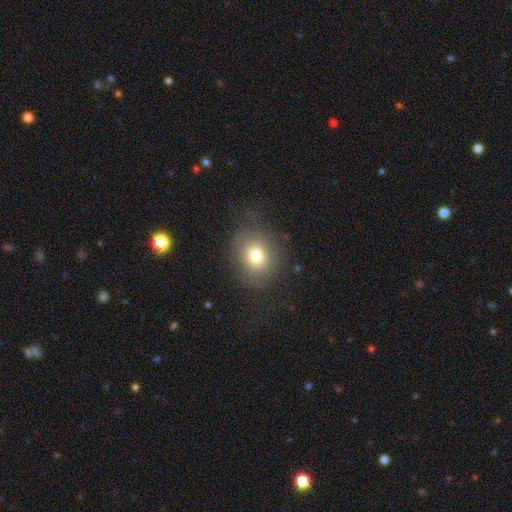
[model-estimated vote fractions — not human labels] smooth_or_featured: smooth (p=0.75) [alt: star or artifact p=0.13]
how_rounded: round (p=0.69) [alt: in between p=0.30]
merging: none (p=0.75) [alt: minor disturbance p=0.15]